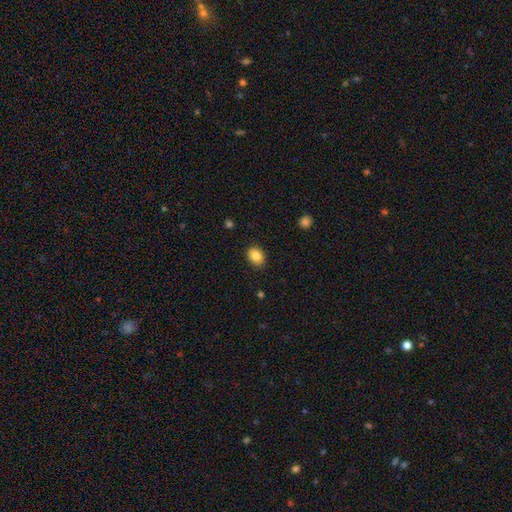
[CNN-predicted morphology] smooth 84%, star or artifact 9%, featured or disk 7%. Down the decision tree: how rounded — in between (59%); merging — none (88%).